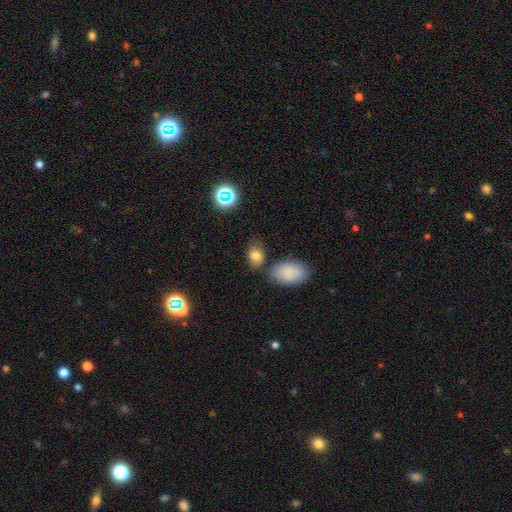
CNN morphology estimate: smooth 80%, star or artifact 12%, featured or disk 8%. Down the decision tree: how rounded — in between (78%); merging — none (65%).